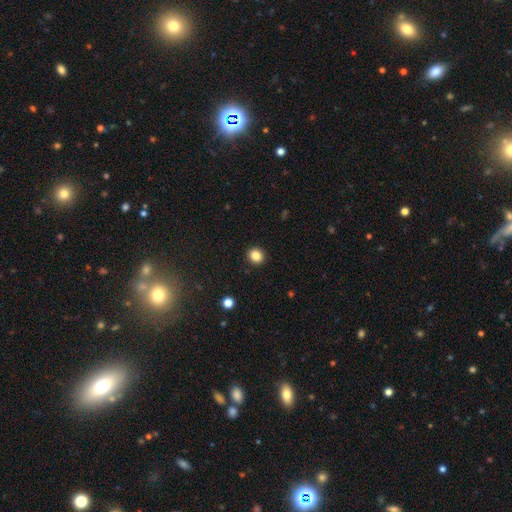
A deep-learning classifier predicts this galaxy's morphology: This is clearly a smooth galaxy (84%). How rounded: clearly round (83%). Merging: clearly none (92%).